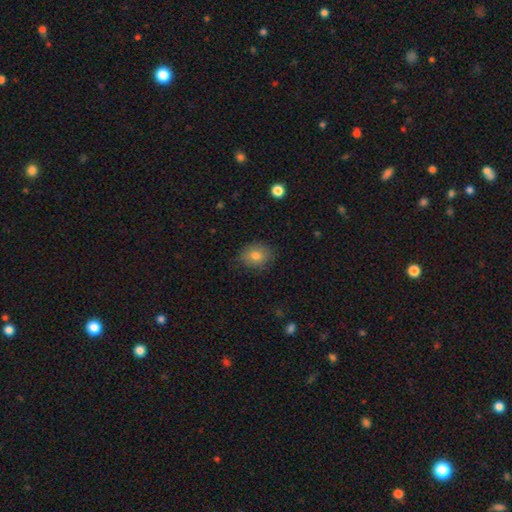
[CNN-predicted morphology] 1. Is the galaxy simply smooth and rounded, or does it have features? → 80% smooth, 11% featured or disk, 10% star or artifact.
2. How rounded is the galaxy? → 53% round, 46% in between, 1% cigar-shaped.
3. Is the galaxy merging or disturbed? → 81% none, 15% minor disturbance, 3% major disturbance, 1% merger.